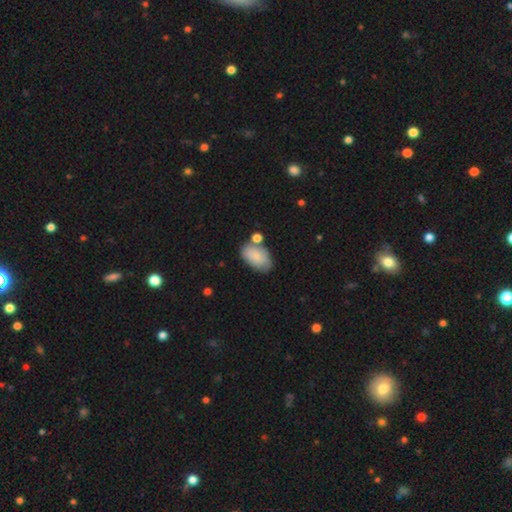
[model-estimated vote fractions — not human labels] smooth 80%, featured or disk 14%, star or artifact 7%. Down the decision tree: how rounded — in between (93%); merging — none (57%).